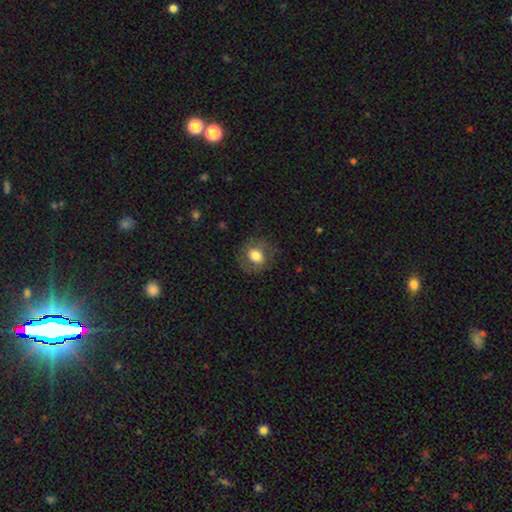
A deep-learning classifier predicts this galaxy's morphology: smooth-or-featured: smooth: 68% | featured or disk: 23% | star or artifact: 9%
  how-rounded: round: 59% | in between: 40% | cigar-shaped: 1%
  merging: none: 75% | minor disturbance: 16% | major disturbance: 8% | merger: 1%